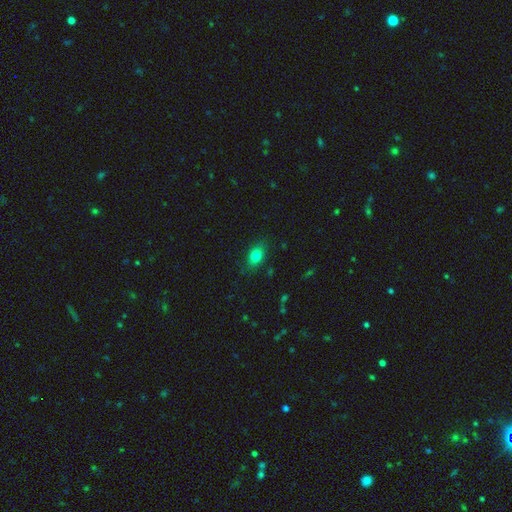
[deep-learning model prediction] The model was most divided on "how rounded": in between: 77%, round: 20%, cigar-shaped: 3%. More confident: merging — none (83%); smooth or featured — smooth (81%).